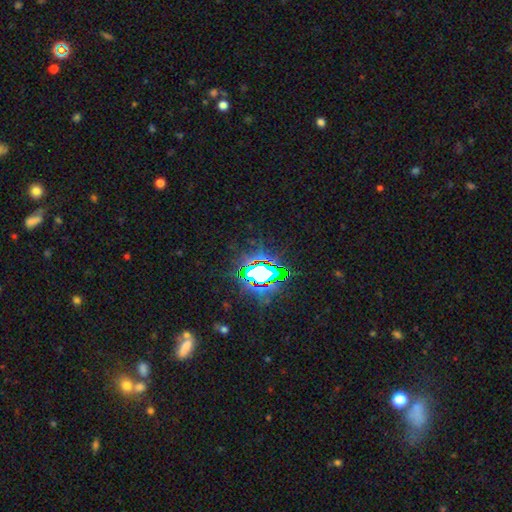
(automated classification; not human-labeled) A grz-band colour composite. It shows a star or artifact, not a galaxy (80%).